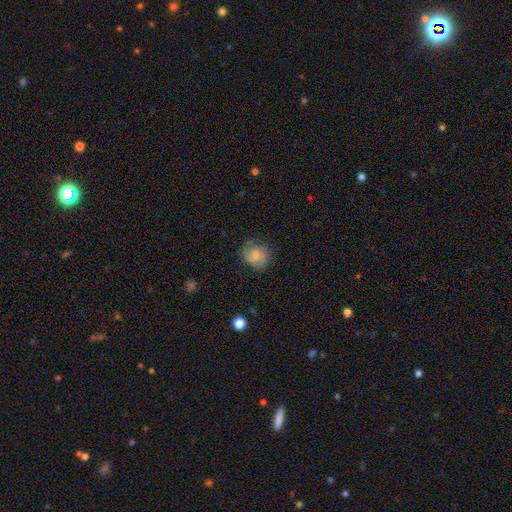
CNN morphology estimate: A smooth galaxy with no disk features (61%) that is round (69%).

Vote fractions:
- Smooth or featured? smooth: 61% / featured or disk: 31% / star or artifact: 8%
- How rounded? round: 69% / in between: 30% / cigar-shaped: 1%
- Merging? none: 69% / minor disturbance: 23% / major disturbance: 7% / merger: 1%